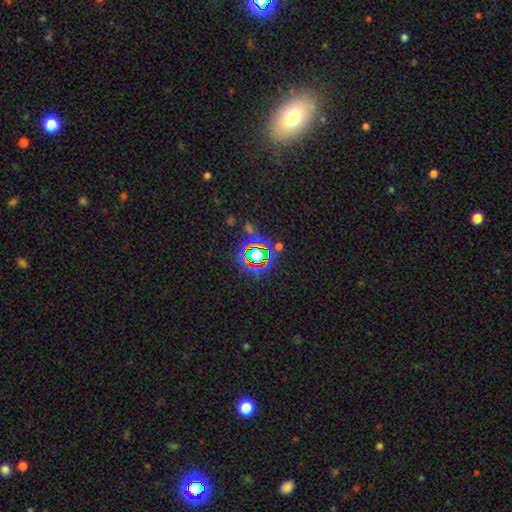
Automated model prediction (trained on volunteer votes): Overall: star or artifact (71%).